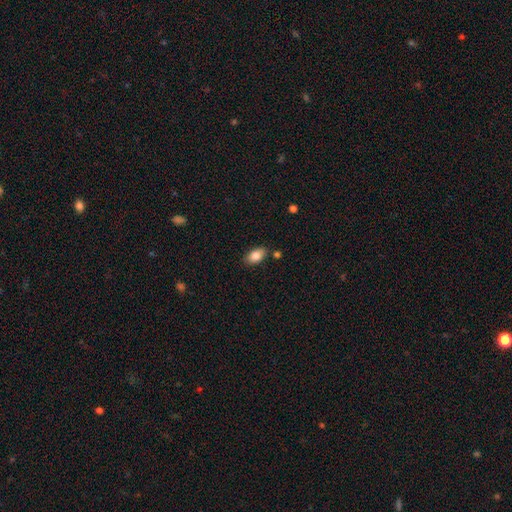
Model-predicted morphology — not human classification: This appears to be a smooth galaxy with no disk features (83%) that is in between round and cigar-shaped (91%). Merging: none (82%).